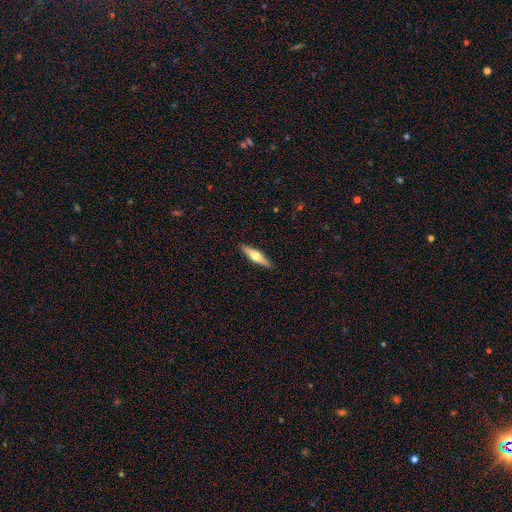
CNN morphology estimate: featured or disk 50%, smooth 45%, star or artifact 5%. Down the decision tree: merging — none (90%).